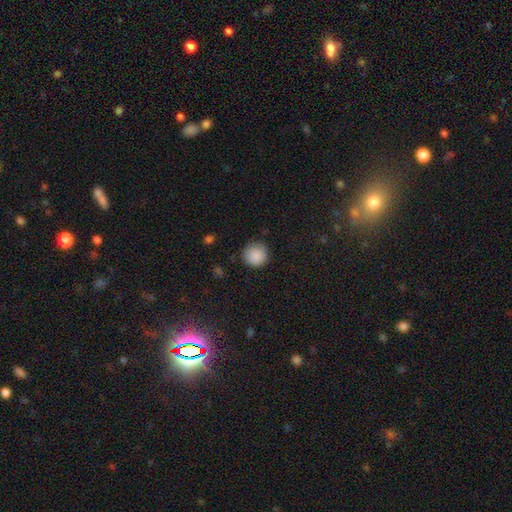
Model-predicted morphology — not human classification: Q: Smooth or featured?
A: smooth (89%); runner-up: star or artifact (8%)
Q: How rounded?
A: round (94%); runner-up: in between (5%)
Q: Merging?
A: none (86%); runner-up: minor disturbance (10%)